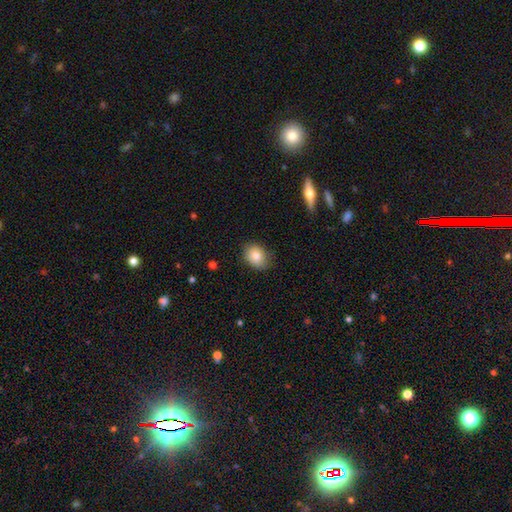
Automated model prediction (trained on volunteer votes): Overall: smooth (83%). How rounded: in between (62%; round 37%). Merging: none (79%).